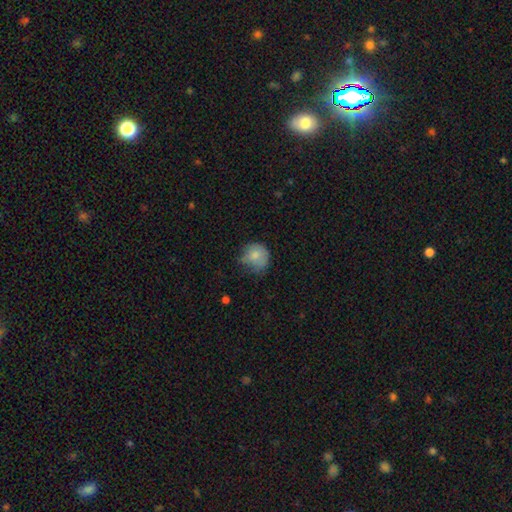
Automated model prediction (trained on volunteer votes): smooth-or-featured: smooth: 77% | featured or disk: 15% | star or artifact: 9%
  how-rounded: round: 80% | in between: 19% | cigar-shaped: 1%
  merging: none: 47% | minor disturbance: 36% | major disturbance: 15% | merger: 2%